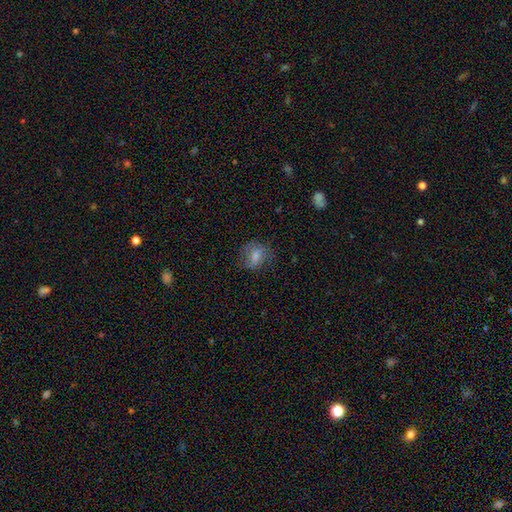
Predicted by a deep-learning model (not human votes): Smooth or featured? Predicted: smooth (p=0.62). How rounded? Predicted: round (p=0.49, tied with in between). Merging? Predicted: none (p=0.64).